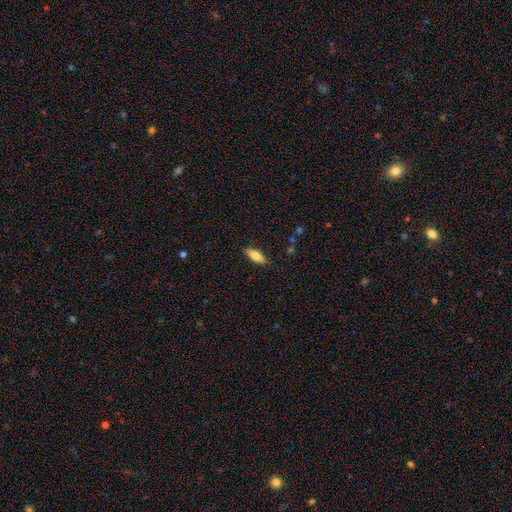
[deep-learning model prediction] This appears to be a smooth galaxy with no disk features (76%) that is in between round and cigar-shaped (71%). Merging: none (87%).